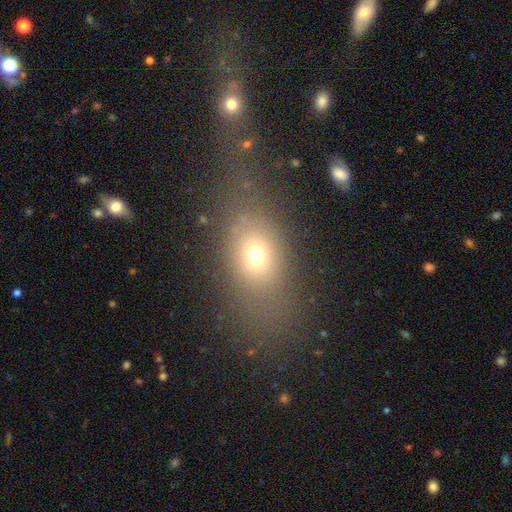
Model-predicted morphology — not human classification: smooth-or-featured: smooth: 66% | star or artifact: 17% | featured or disk: 17%
  how-rounded: in between: 68% | round: 25% | cigar-shaped: 7%
  merging: none: 65% | minor disturbance: 16% | major disturbance: 14% | merger: 5%